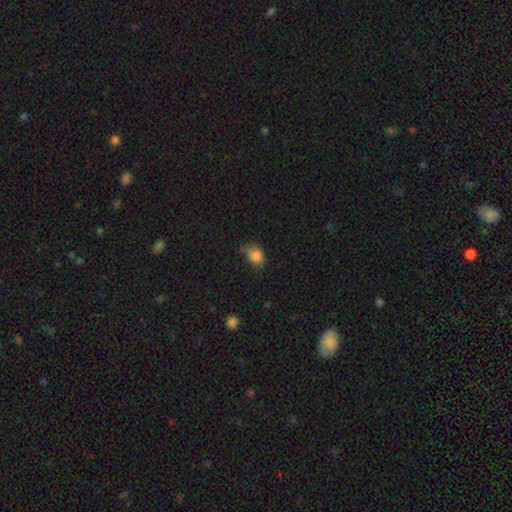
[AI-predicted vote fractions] Overall: smooth (85%). How rounded: in between (63%; round 36%). Merging: none (64%; minor disturbance 28%).